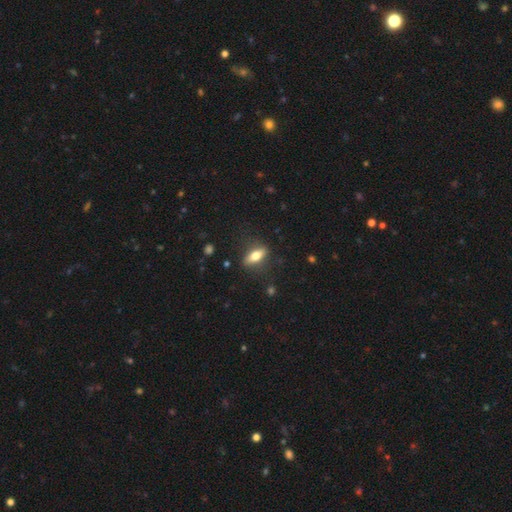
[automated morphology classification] Overall: smooth (64%; featured or disk 29%). How rounded: in between (64%; cigar-shaped 31%). Merging: none (82%).